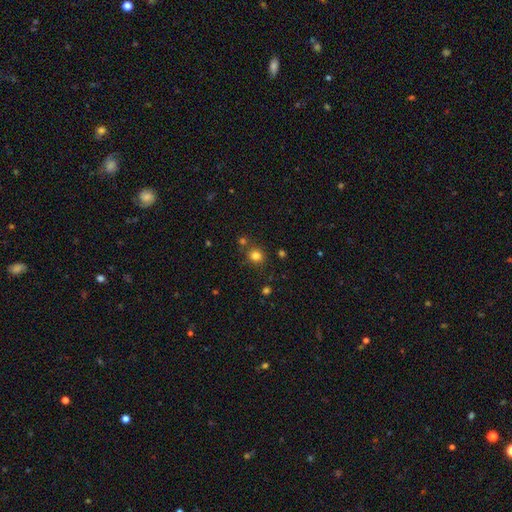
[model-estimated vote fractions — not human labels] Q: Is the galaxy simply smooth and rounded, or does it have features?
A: smooth — 80%.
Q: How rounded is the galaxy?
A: round — 87%.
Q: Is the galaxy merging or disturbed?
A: none — 79%.